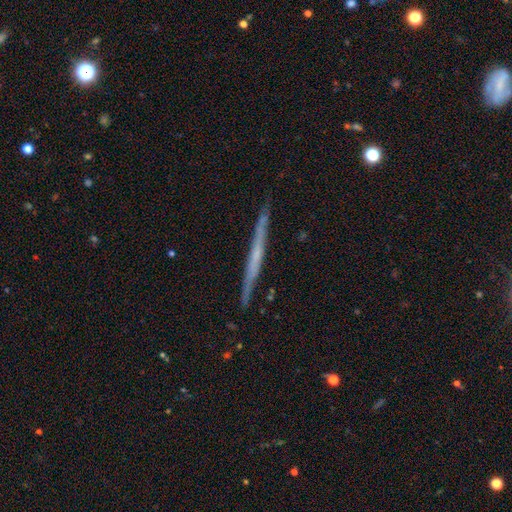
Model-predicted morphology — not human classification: This appears to be a featured or disk galaxy (66%) viewed edge-on (97%) with no central bulge (74%). Merging: none (89%).